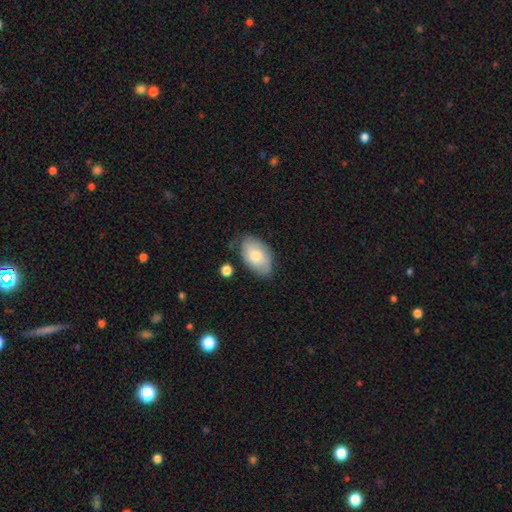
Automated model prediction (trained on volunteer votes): Smooth or featured? smooth (71%)
How rounded? in between (93%)
Merging? none (68%)